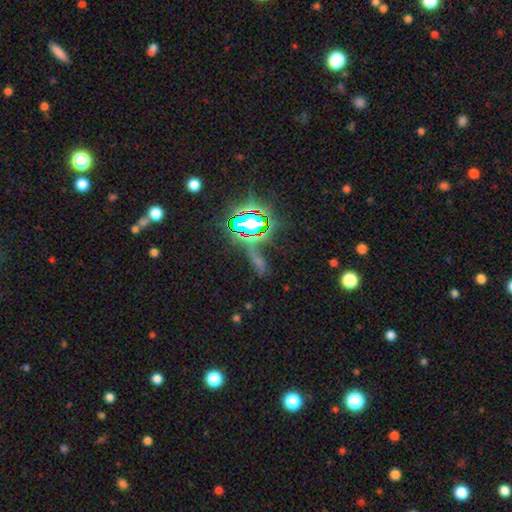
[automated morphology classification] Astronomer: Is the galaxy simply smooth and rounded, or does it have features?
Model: star or artifact — 65%.